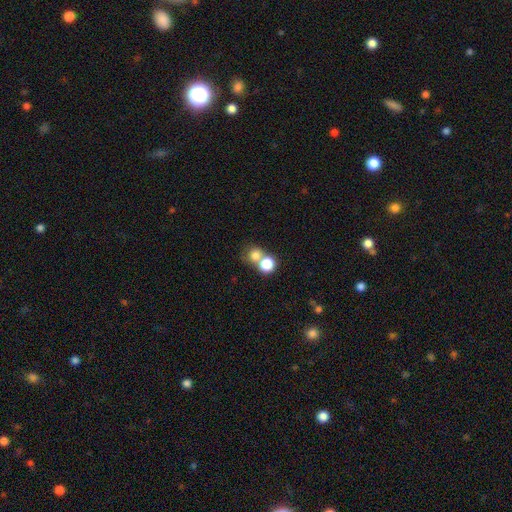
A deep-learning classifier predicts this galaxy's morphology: A smooth galaxy with no disk features (75%) that is round (82%).

Vote fractions:
- Smooth or featured? smooth: 75% / star or artifact: 14% / featured or disk: 11%
- How rounded? round: 82% / in between: 17% / cigar-shaped: 1%
- Merging? merger: 49% / none: 40% / minor disturbance: 7% / major disturbance: 4%